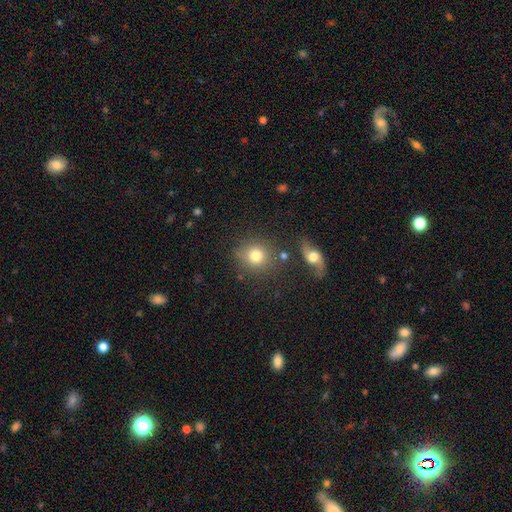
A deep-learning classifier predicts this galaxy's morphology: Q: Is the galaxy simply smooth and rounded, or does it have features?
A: smooth — 78%.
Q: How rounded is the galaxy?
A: round — 84%.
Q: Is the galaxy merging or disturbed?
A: none — 76%.